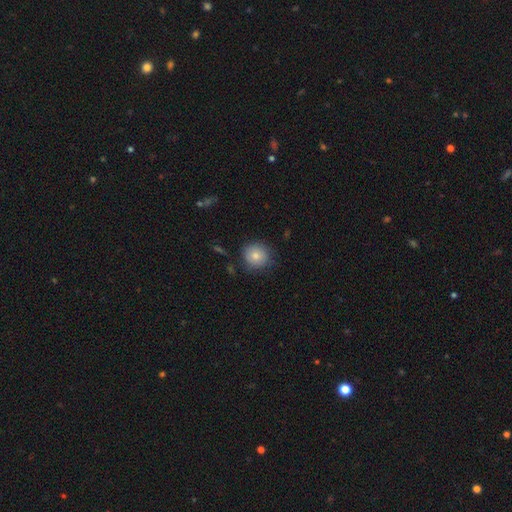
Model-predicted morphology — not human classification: smooth 80%, featured or disk 11%, star or artifact 8%. Down the decision tree: how rounded — round (89%); merging — none (80%).